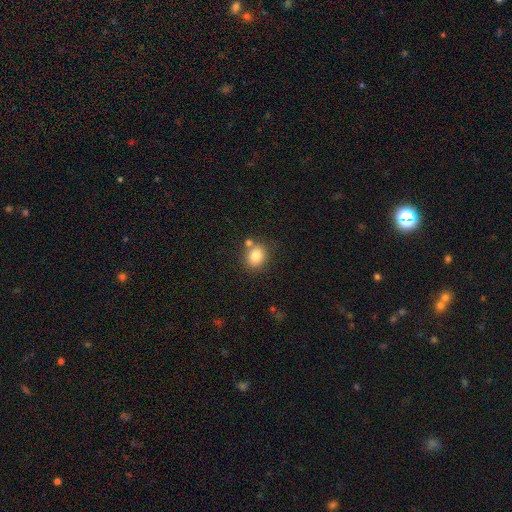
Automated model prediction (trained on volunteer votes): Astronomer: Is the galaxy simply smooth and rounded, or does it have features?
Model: smooth — 82%.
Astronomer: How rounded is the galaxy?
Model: round — 64%.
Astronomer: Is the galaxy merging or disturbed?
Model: none — 73%.